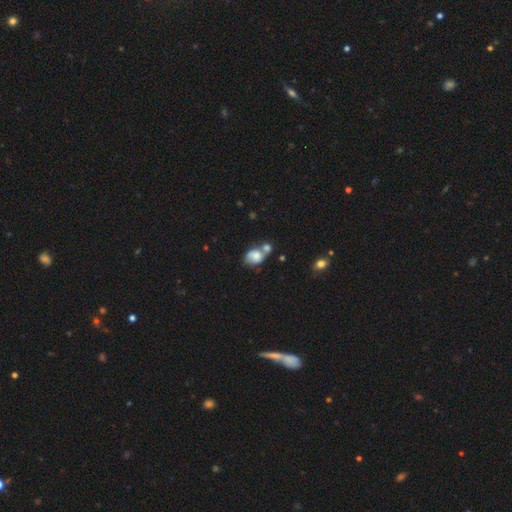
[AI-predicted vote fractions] smooth 62%, featured or disk 28%, star or artifact 9%. Down the decision tree: how rounded — in between (67%); merging — merger (48%).